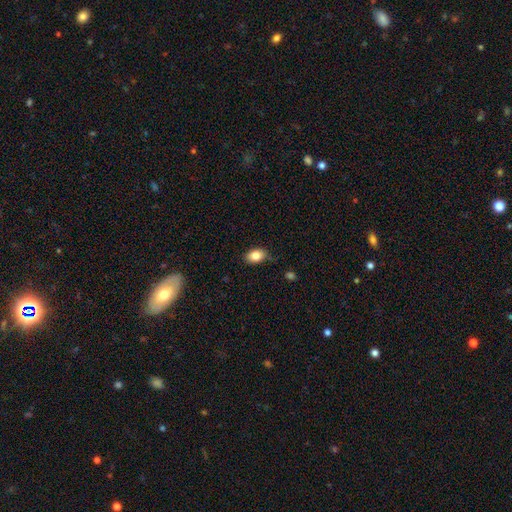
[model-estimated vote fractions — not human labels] smooth 83%, star or artifact 9%, featured or disk 8%. Down the decision tree: how rounded — in between (82%); merging — none (79%).